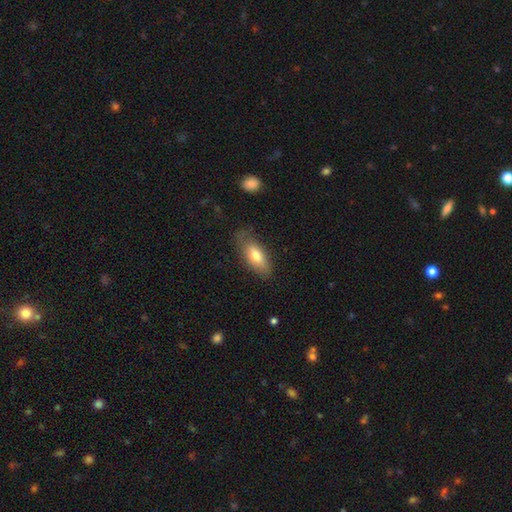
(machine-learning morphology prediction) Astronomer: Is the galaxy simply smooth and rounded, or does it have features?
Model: smooth — 72%.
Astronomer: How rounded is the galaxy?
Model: in between — 81%.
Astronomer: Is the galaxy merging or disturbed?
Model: none — 68%.